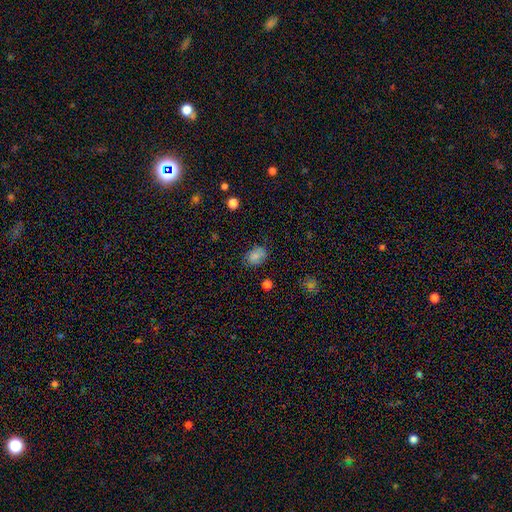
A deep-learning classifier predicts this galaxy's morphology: Q: Smooth or featured?
A: smooth (73%); runner-up: featured or disk (14%)
Q: How rounded?
A: in between (70%); runner-up: round (29%)
Q: Merging?
A: none (76%); runner-up: minor disturbance (18%)